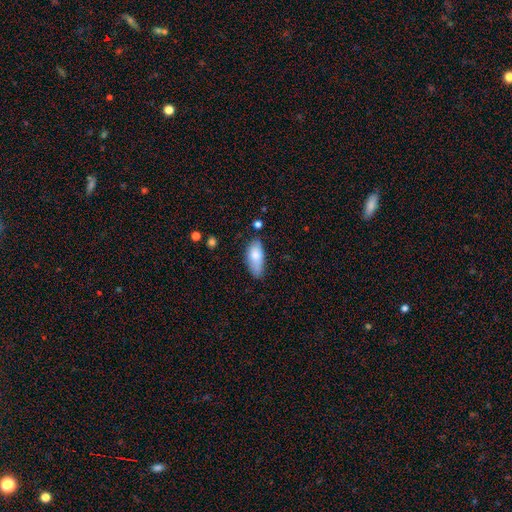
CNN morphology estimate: smooth_or_featured: smooth (p=0.78) [alt: featured or disk p=0.15]
how_rounded: in between (p=0.87) [alt: cigar-shaped p=0.11]
merging: none (p=0.57) [alt: minor disturbance p=0.31]